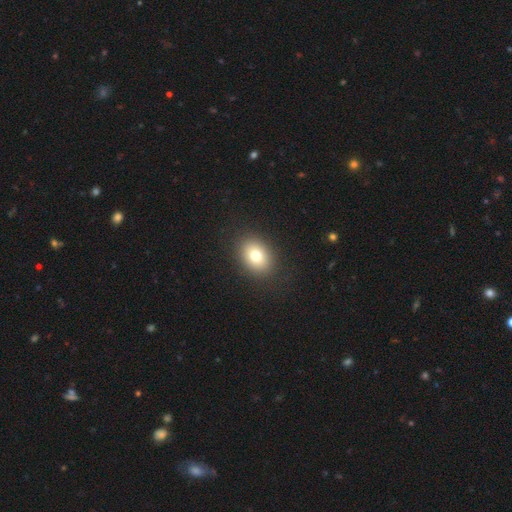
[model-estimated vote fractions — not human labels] Smooth or featured? smooth (76%)
How rounded? in between (61%)
Merging? none (88%)